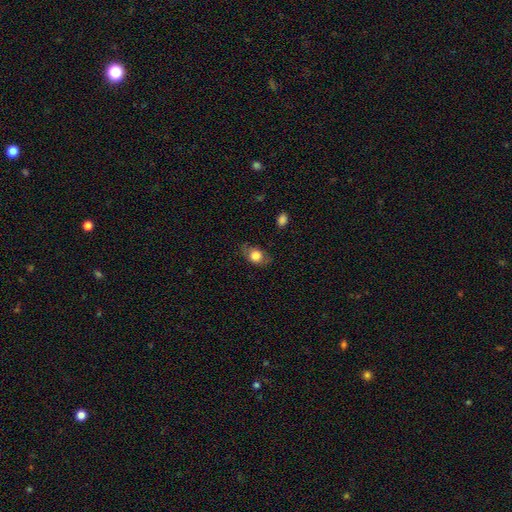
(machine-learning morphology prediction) Overall: smooth (73%). How rounded: in between (67%; round 31%). Merging: none (70%).